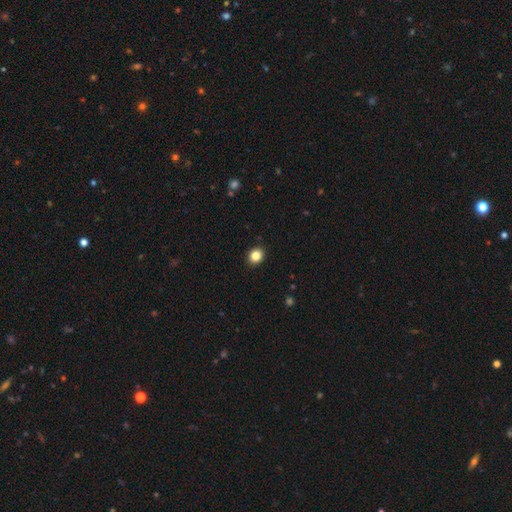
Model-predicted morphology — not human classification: Q: Smooth or featured?
A: smooth (85%); runner-up: star or artifact (11%)
Q: How rounded?
A: round (64%); runner-up: in between (35%)
Q: Merging?
A: none (91%); runner-up: minor disturbance (6%)